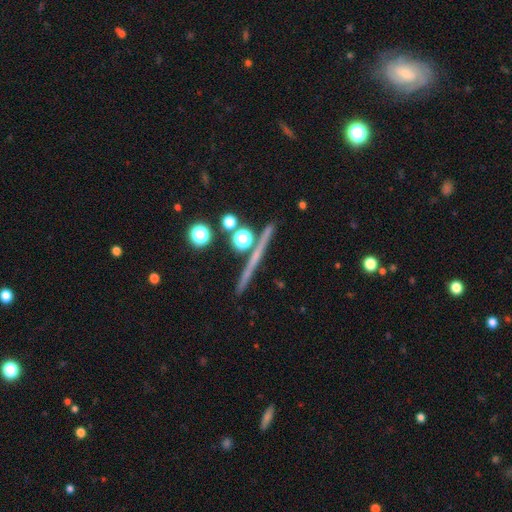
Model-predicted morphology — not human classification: The model was most divided on "edge-on bulge": none: 53%, rounded: 37%, boxy: 10%. More confident: edge-on disk — yes (95%); merging — none (84%); smooth or featured — featured or disk (63%).